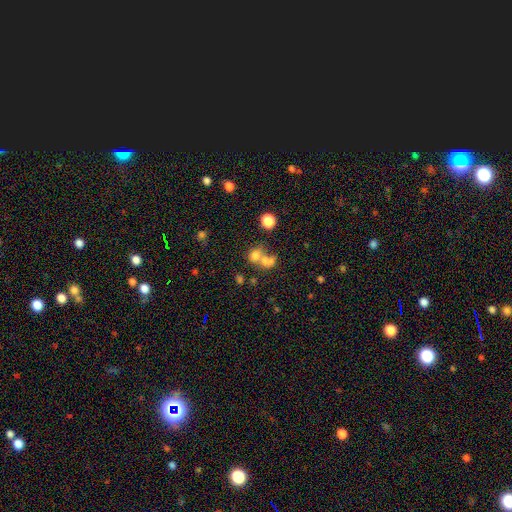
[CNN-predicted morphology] Smooth or featured? smooth (68%)
How rounded? round (60%)
Merging? merger (57%)